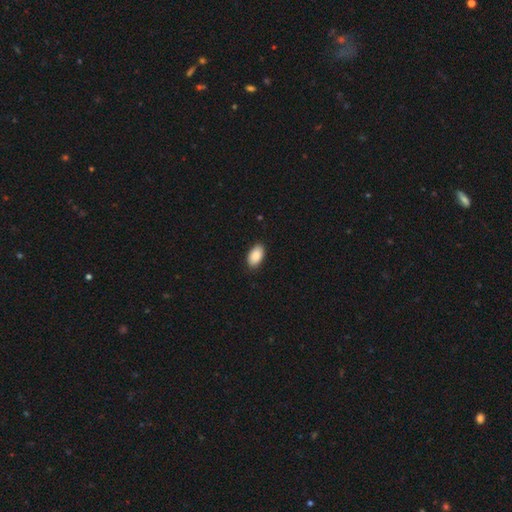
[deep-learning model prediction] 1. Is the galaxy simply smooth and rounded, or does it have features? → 90% smooth, 6% star or artifact, 4% featured or disk.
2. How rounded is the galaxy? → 95% in between, 3% round, 2% cigar-shaped.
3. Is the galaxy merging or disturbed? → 88% none, 9% minor disturbance, 2% major disturbance, 1% merger.